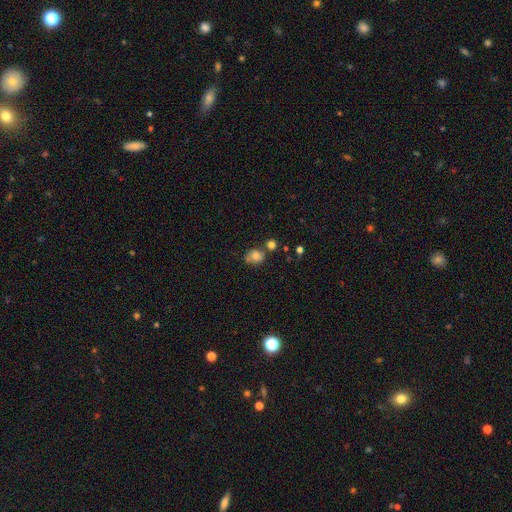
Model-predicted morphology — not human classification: Smooth or featured? smooth (69%)
How rounded? round (63%)
Merging? none (59%)